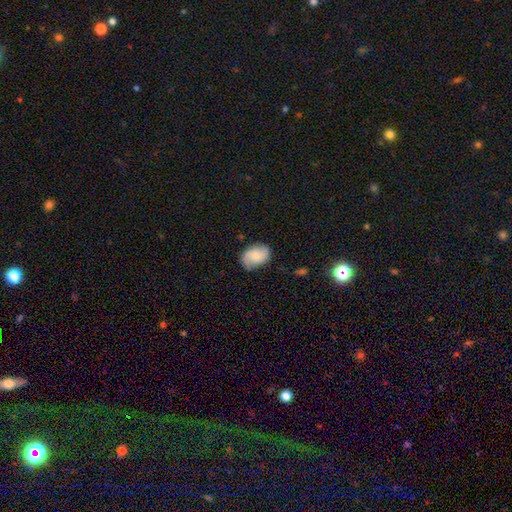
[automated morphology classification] Overall: smooth (57%; featured or disk 35%). How rounded: in between (81%). Merging: none (76%).